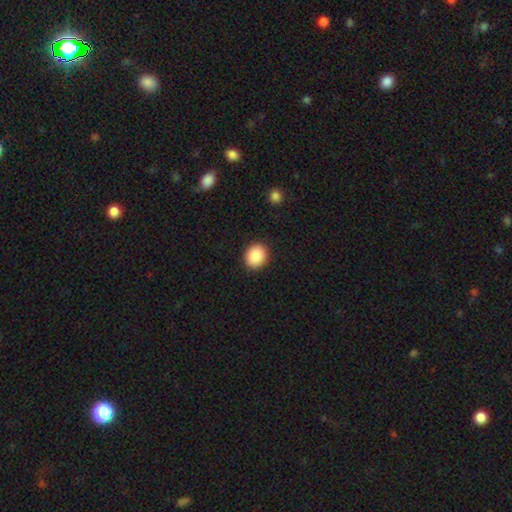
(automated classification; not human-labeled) Smooth or featured? Predicted: smooth (p=0.87). How rounded? Predicted: round (p=0.68). Merging? Predicted: none (p=0.91).